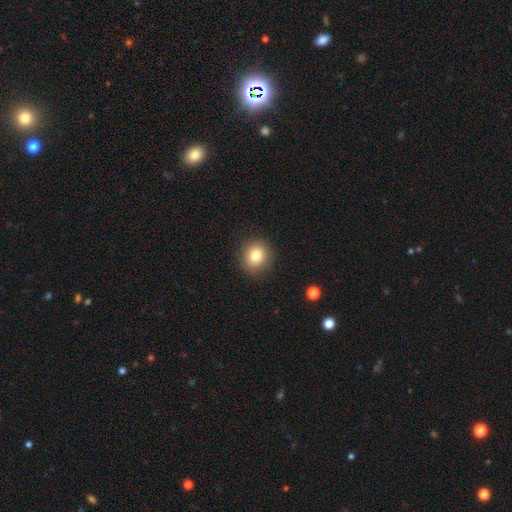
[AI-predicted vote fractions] smooth 81%, star or artifact 10%, featured or disk 9%. Down the decision tree: how rounded — round (85%); merging — none (89%).